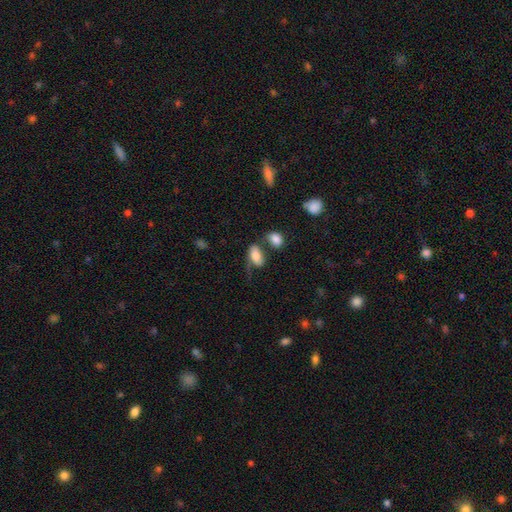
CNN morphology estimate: The model was most divided on "merging": none: 34%, merger: 26%, minor disturbance: 21%, major disturbance: 19%. More confident: how rounded — in between (91%); smooth or featured — smooth (74%).